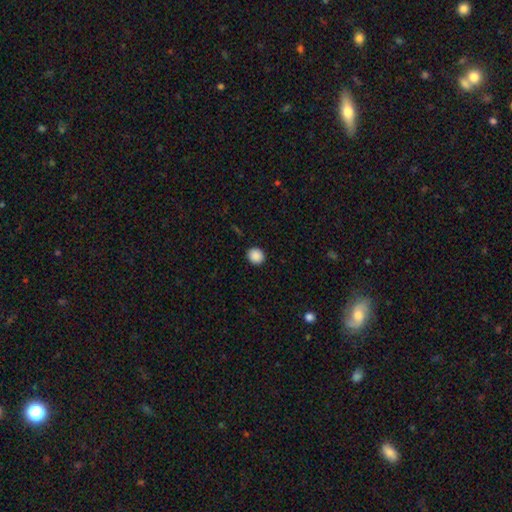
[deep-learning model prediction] A smooth galaxy with no disk features (89%) that is round (80%). Merging: none (92%).